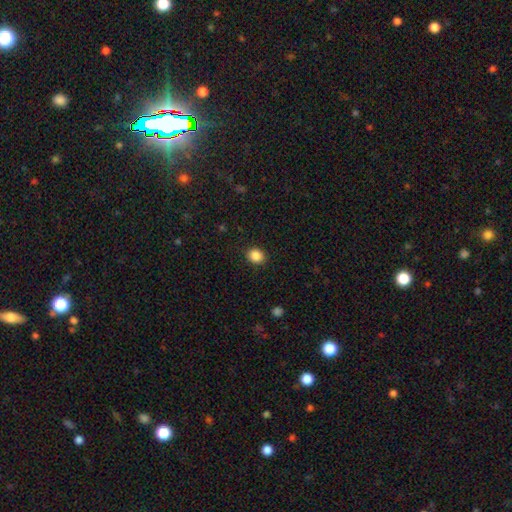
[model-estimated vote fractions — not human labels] A smooth galaxy with no disk features (87%) that is round (71%).

Vote fractions:
- Smooth or featured? smooth: 87% / star or artifact: 10% / featured or disk: 3%
- How rounded? round: 71% / in between: 28% / cigar-shaped: 1%
- Merging? none: 90% / minor disturbance: 7% / major disturbance: 2% / merger: 1%